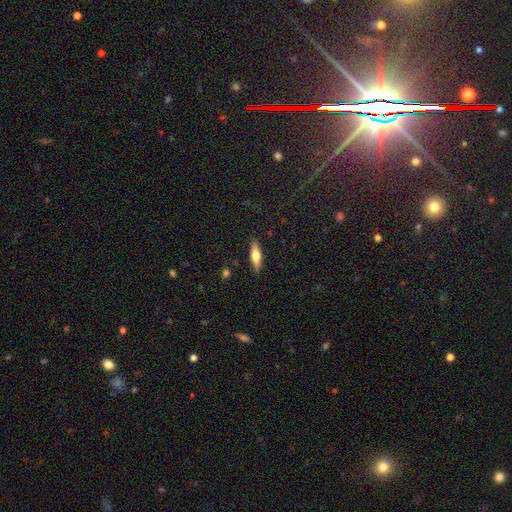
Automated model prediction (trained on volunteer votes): Overall: smooth (52%; featured or disk 42%). How rounded: cigar-shaped (63%; in between 35%). Merging: none (89%).